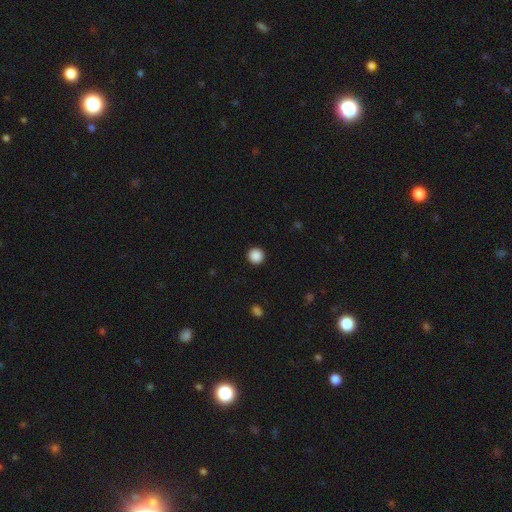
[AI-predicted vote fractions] smooth 89%, star or artifact 9%, featured or disk 2%. Down the decision tree: how rounded — round (96%); merging — none (93%).